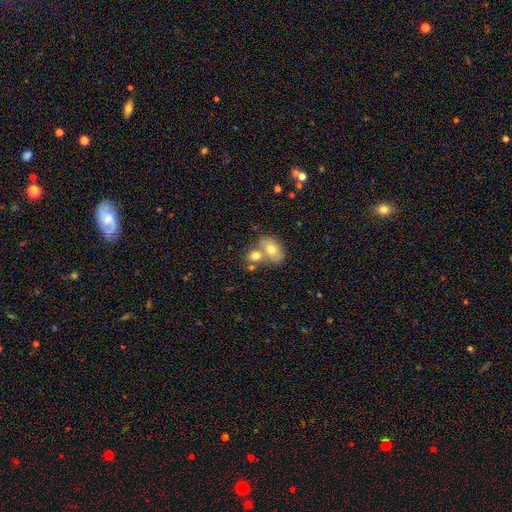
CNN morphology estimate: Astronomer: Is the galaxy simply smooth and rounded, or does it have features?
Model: smooth — 72%.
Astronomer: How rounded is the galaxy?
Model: in between — 54% (runner-up: round, 44%).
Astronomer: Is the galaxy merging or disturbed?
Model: merger — 53% (runner-up: none, 35%).